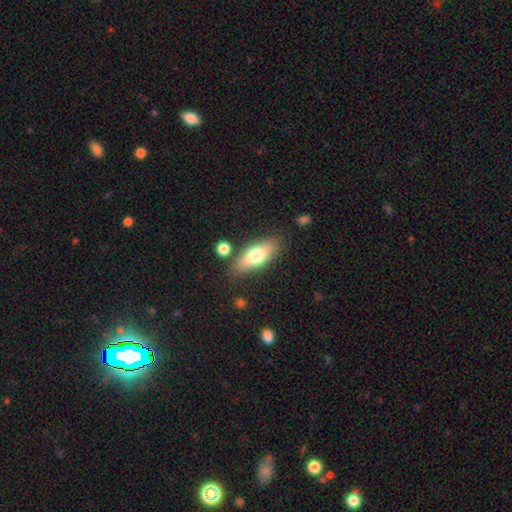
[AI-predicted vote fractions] smooth-or-featured: smooth: 72% | featured or disk: 22% | star or artifact: 6%
  how-rounded: in between: 75% | cigar-shaped: 22% | round: 3%
  merging: none: 80% | minor disturbance: 12% | merger: 5% | major disturbance: 3%